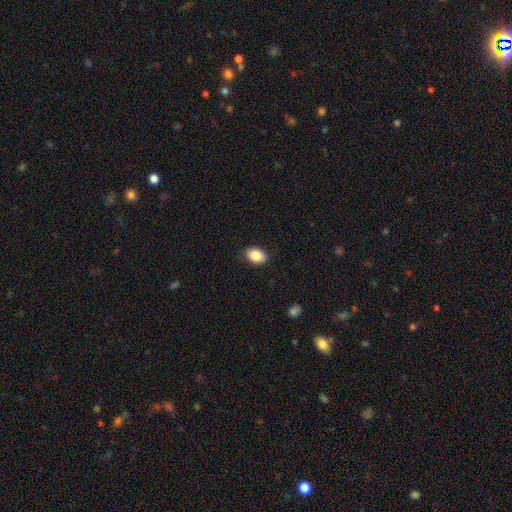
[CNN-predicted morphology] The model was most divided on "how rounded": in between: 83%, round: 16%, cigar-shaped: 1%. More confident: merging — none (87%); smooth or featured — smooth (85%).